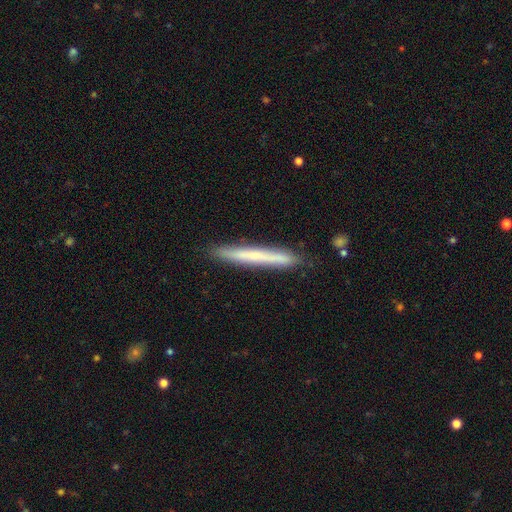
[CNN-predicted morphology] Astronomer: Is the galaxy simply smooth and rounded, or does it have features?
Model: smooth — 56% (runner-up: featured or disk, 38%).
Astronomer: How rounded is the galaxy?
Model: cigar-shaped — 97%.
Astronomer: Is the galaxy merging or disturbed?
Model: none — 89%.